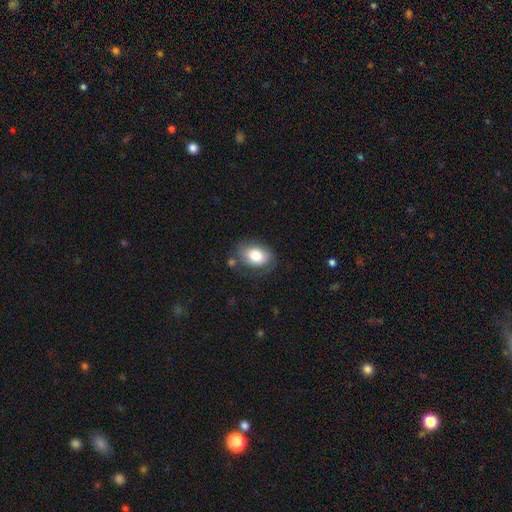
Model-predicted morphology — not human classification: smooth-or-featured: smooth: 80% | featured or disk: 13% | star or artifact: 7%
  how-rounded: in between: 82% | round: 17% | cigar-shaped: 1%
  merging: none: 69% | minor disturbance: 20% | major disturbance: 7% | merger: 4%